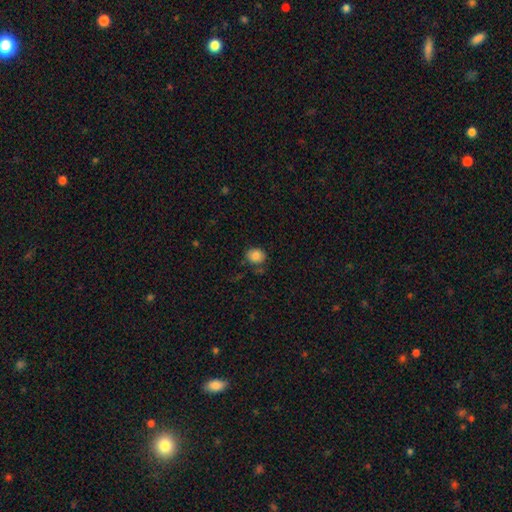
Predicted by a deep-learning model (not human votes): Smooth or featured: smooth — 82% (star or artifact — 10%)
How rounded: round — 60% (in between — 39%)
Merging: none — 74% (minor disturbance — 18%)